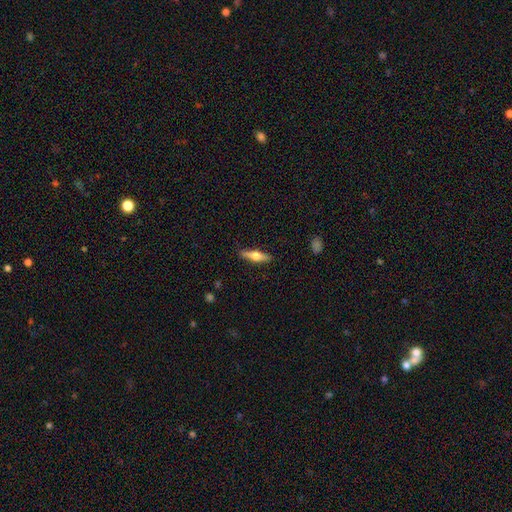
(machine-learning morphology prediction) smooth-or-featured: featured or disk: 55% | smooth: 40% | star or artifact: 6%
  disk-edge-on: yes: 95% | no: 5%
    edge-on-bulge: rounded: 94% | boxy: 4% | none: 2%
  merging: none: 89% | minor disturbance: 8% | major disturbance: 2% | merger: 1%